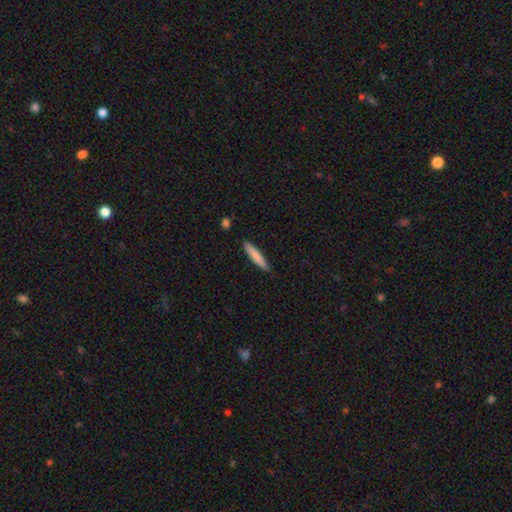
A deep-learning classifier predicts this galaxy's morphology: Smooth or featured?
  - smooth: 80% *
  - featured or disk: 15%
  - star or artifact: 6%
How rounded?
  - cigar-shaped: 90% *
  - in between: 9%
  - round: 1%
Merging?
  - none: 87% *
  - minor disturbance: 9%
  - merger: 2%
  - major disturbance: 2%